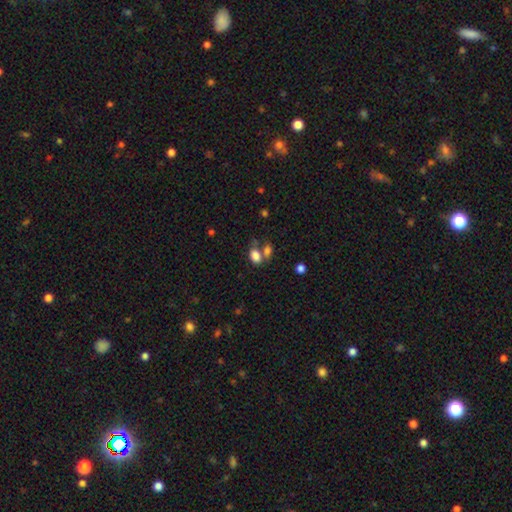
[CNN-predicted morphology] smooth 81%, star or artifact 11%, featured or disk 8%. Down the decision tree: how rounded — in between (84%); merging — none (40%, tied with merger).